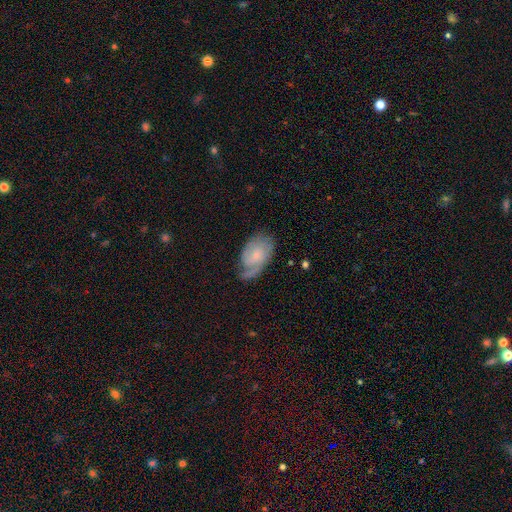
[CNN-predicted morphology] smooth-or-featured: featured or disk: 66% | smooth: 28% | star or artifact: 6%
  disk-edge-on: no: 96% | yes: 4%
    bar: no: 66% | weak: 30% | strong: 4%
    has-spiral-arms: yes: 90% | no: 10%
      spiral-winding: tight: 44% | medium: 38% | loose: 18%
      spiral-arm-count: 1: 38% | 2: 33% | can't tell: 20% | 3: 5% | 4: 2% | more than 4: 2%
    bulge-size: small: 60% | moderate: 27% | none: 10% | large: 2% | dominant: 1%
  merging: none: 55% | minor disturbance: 28% | major disturbance: 15% | merger: 2%